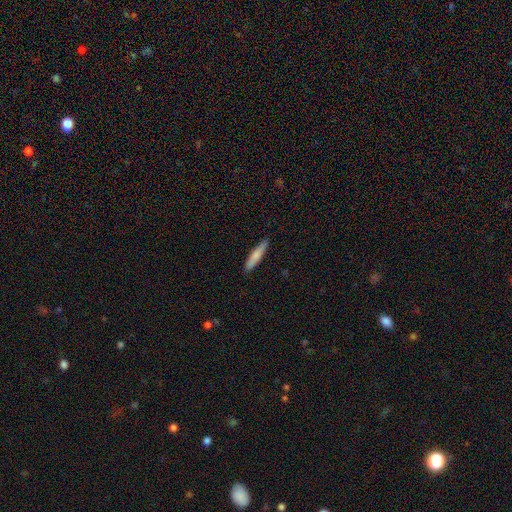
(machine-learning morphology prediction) Overall: smooth (75%). How rounded: cigar-shaped (89%). Merging: none (88%).